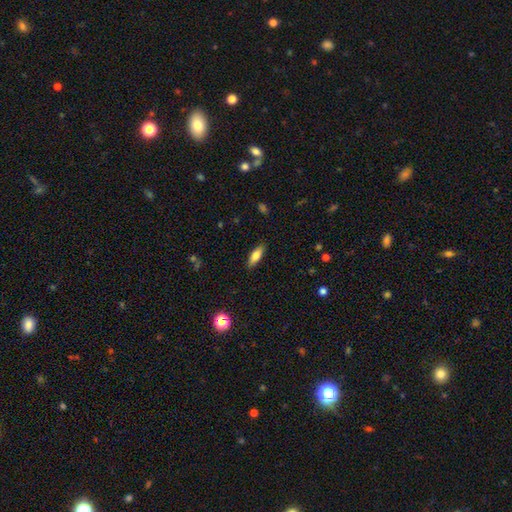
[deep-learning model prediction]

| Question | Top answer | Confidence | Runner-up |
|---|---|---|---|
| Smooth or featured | smooth | 79% | featured or disk (14%) |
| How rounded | in between | 69% | cigar-shaped (29%) |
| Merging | none | 87% | minor disturbance (10%) |